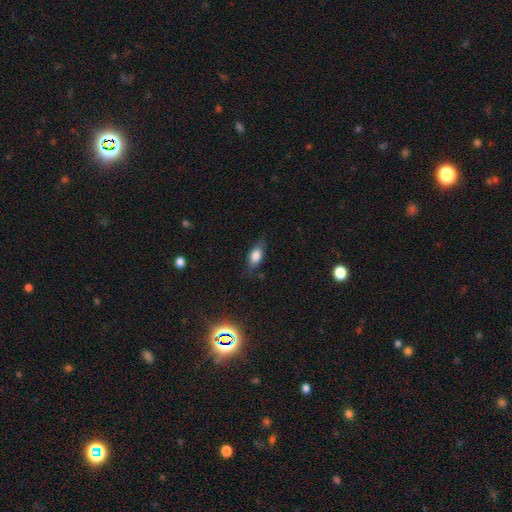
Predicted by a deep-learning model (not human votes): smooth 75%, featured or disk 15%, star or artifact 9%. Down the decision tree: how rounded — in between (81%); merging — none (74%).